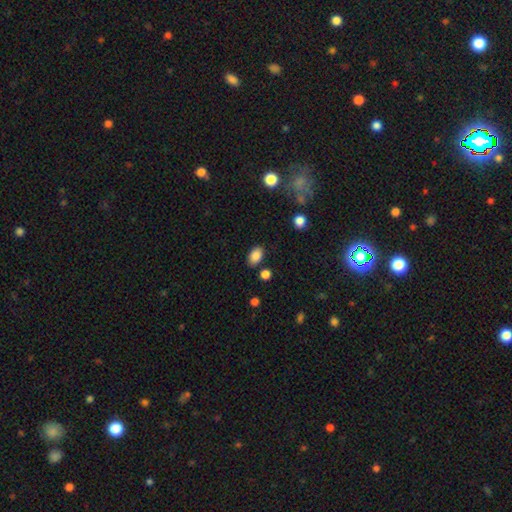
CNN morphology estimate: smooth_or_featured: smooth (p=0.86) [alt: star or artifact p=0.09]
how_rounded: in between (p=0.88) [alt: round p=0.11]
merging: none (p=0.83) [alt: minor disturbance p=0.10]